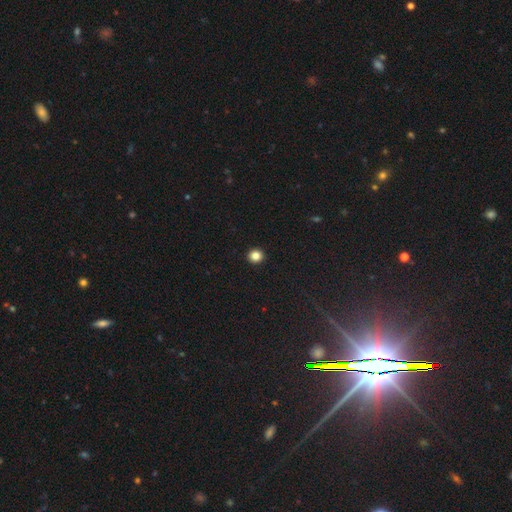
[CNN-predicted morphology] Smooth or featured? smooth (84%)
How rounded? round (94%)
Merging? none (94%)